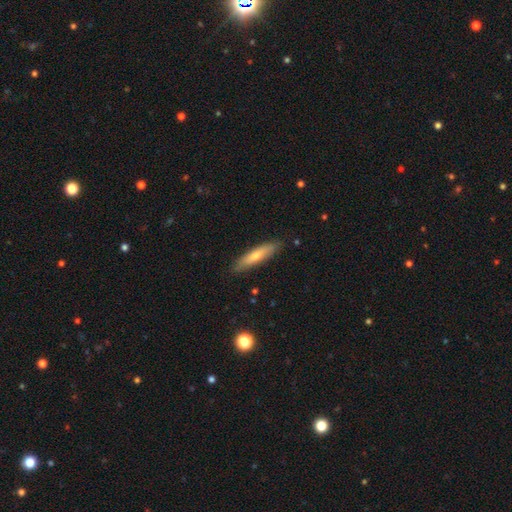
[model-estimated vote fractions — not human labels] A smooth galaxy with no disk features (61%) that is cigar-shaped (83%).

Vote fractions:
- Smooth or featured? smooth: 61% / featured or disk: 33% / star or artifact: 6%
- How rounded? cigar-shaped: 83% / in between: 16% / round: 2%
- Merging? none: 87% / minor disturbance: 10% / major disturbance: 2% / merger: 1%